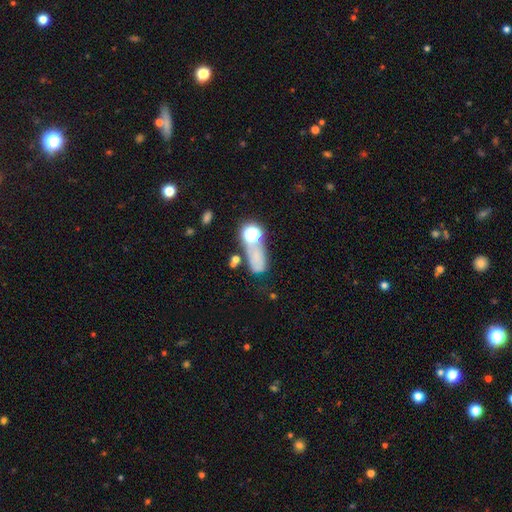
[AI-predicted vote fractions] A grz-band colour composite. It shows a smooth galaxy with no disk features (50%). Merging: none (34%).